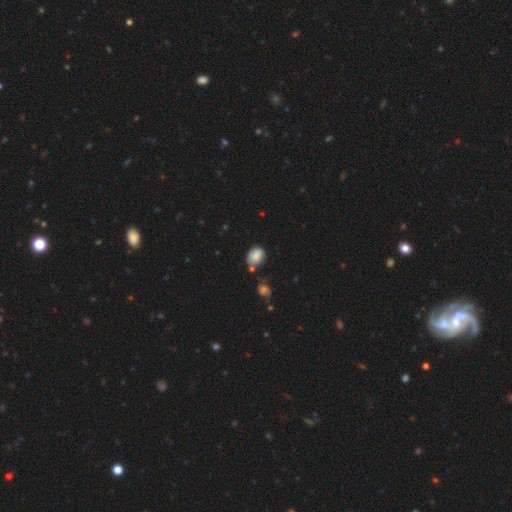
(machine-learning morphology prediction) This is likely a smooth galaxy (79%). How rounded: possibly in between (59%). Merging: possibly none (57%).